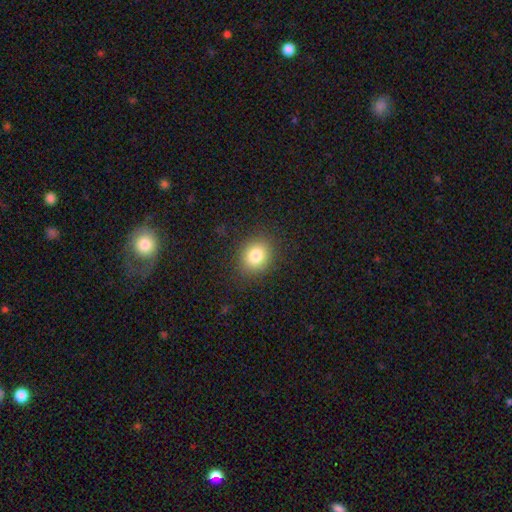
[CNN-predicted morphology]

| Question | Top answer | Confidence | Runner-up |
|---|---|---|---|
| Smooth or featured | smooth | 82% | star or artifact (11%) |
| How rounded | round | 65% | in between (34%) |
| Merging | none | 87% | minor disturbance (9%) |